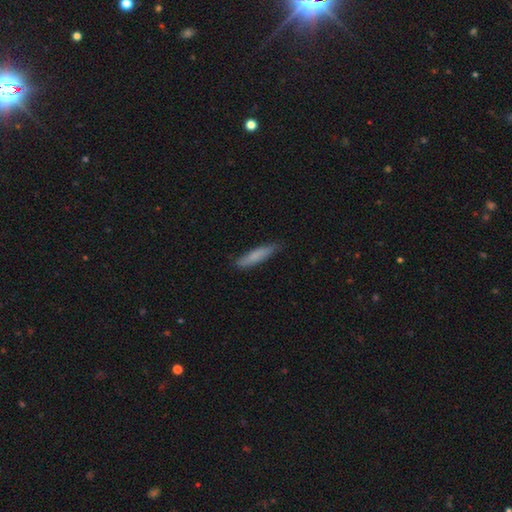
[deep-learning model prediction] Smooth or featured? Predicted: smooth (p=0.78). How rounded? Predicted: cigar-shaped (p=0.86). Merging? Predicted: none (p=0.80).